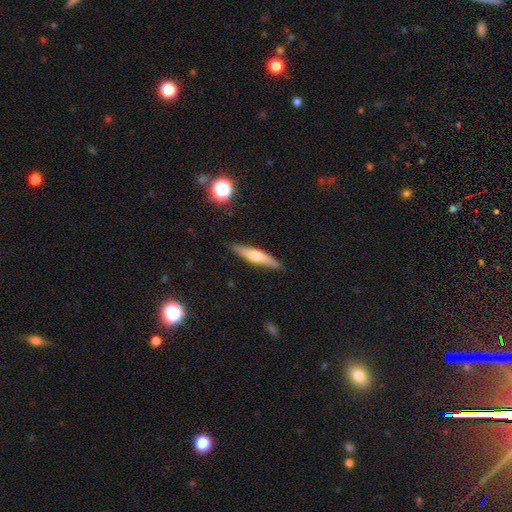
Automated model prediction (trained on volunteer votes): smooth_or_featured: smooth (p=0.50) [alt: featured or disk p=0.44]
merging: none (p=0.86) [alt: minor disturbance p=0.11]